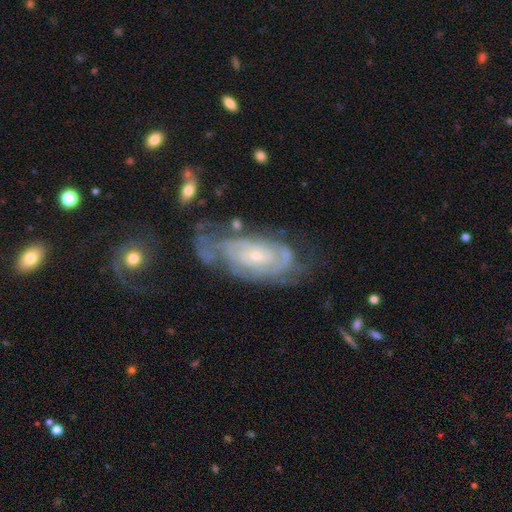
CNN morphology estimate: smooth_or_featured: featured or disk (p=0.84) [alt: smooth p=0.09]
disk_edge_on: no (p=0.95) [alt: yes p=0.05]
bar: no (p=0.66) [alt: weak p=0.27]
has_spiral_arms: yes (p=0.94) [alt: no p=0.06]
spiral_winding: tight (p=0.72) [alt: medium p=0.23]
spiral_arm_count: can't tell (p=0.37) [alt: 2 p=0.33]
bulge_size: small (p=0.70) [alt: moderate p=0.26]
merging: none (p=0.51) [alt: minor disturbance p=0.26]